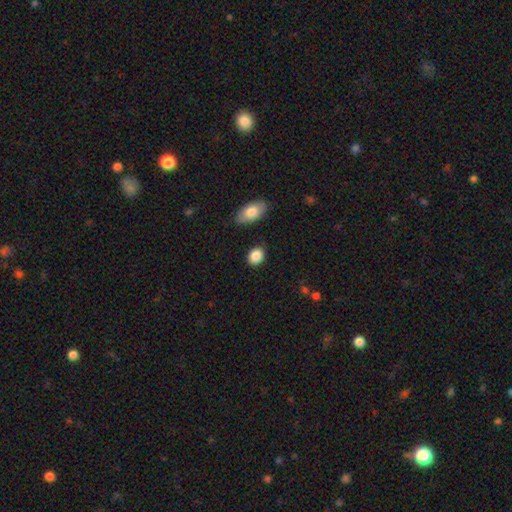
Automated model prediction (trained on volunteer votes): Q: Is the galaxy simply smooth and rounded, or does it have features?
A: smooth — 88%.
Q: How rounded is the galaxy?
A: in between — 56%.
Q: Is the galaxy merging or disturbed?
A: none — 85%.